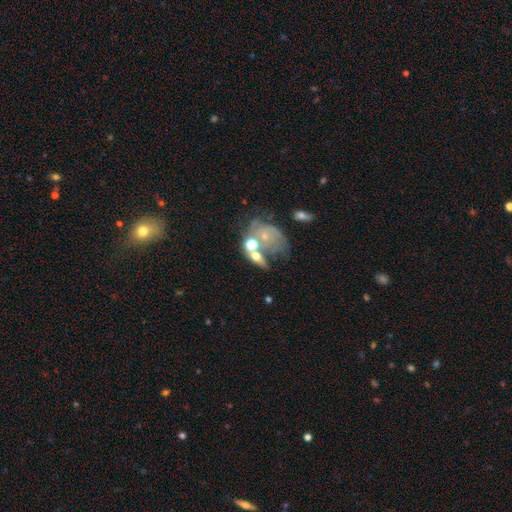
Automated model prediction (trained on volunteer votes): A featured or disk galaxy (49%).

Vote fractions:
- Smooth or featured? featured or disk: 49% / smooth: 38% / star or artifact: 13%
- Merging? merger: 42% / none: 27% / major disturbance: 15% / minor disturbance: 15%